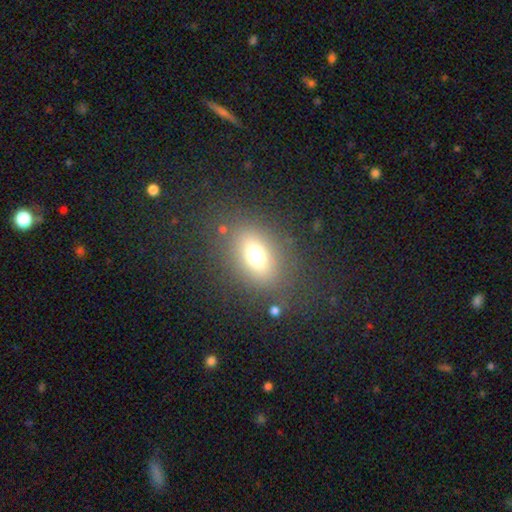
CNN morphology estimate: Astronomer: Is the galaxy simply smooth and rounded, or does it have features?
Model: smooth — 66%.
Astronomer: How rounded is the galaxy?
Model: in between — 58% (runner-up: round, 39%).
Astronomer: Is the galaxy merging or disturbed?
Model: none — 79%.